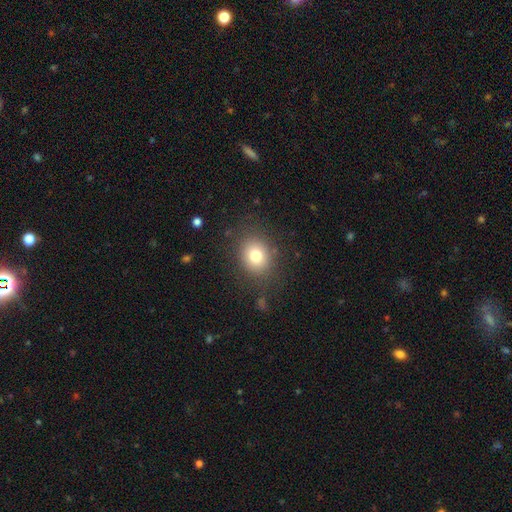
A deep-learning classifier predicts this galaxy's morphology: This is likely a smooth galaxy (77%). How rounded: likely round (67%). Merging: clearly none (82%).